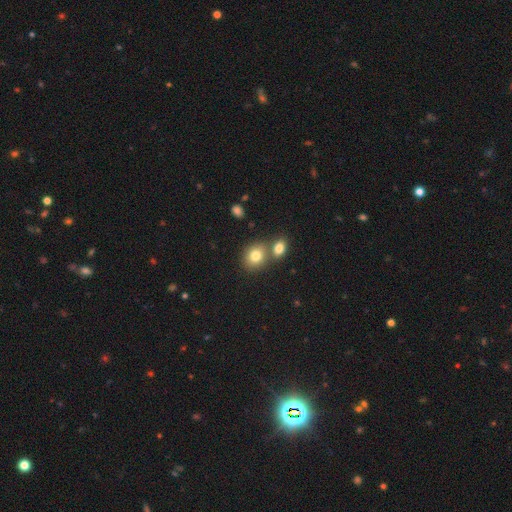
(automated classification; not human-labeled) Smooth or featured: smooth — 80% (star or artifact — 10%)
How rounded: round — 57% (in between — 42%)
Merging: none — 53% (merger — 35%)